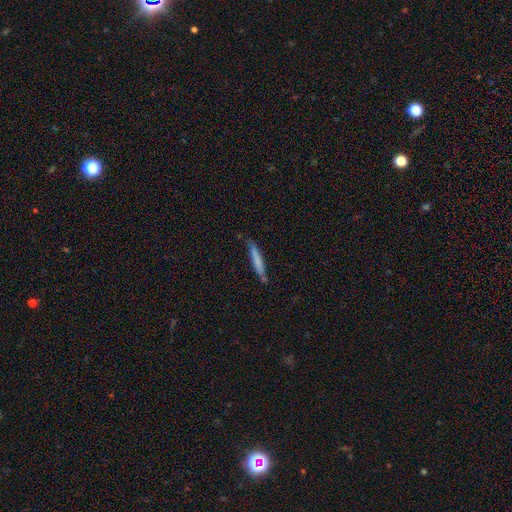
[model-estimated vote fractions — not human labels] Smooth or featured: smooth — 66% (featured or disk — 27%)
How rounded: cigar-shaped — 95% (in between — 4%)
Merging: none — 80% (minor disturbance — 15%)